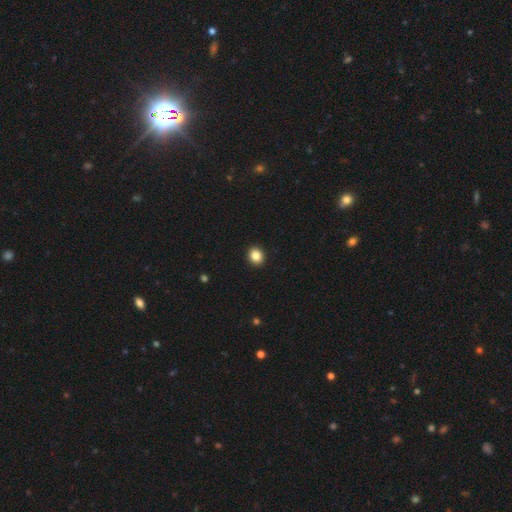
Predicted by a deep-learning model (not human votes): Smooth or featured?
  - smooth: 87% *
  - star or artifact: 10%
  - featured or disk: 4%
How rounded?
  - round: 71% *
  - in between: 28%
  - cigar-shaped: 1%
Merging?
  - none: 93% *
  - minor disturbance: 5%
  - major disturbance: 1%
  - merger: 1%